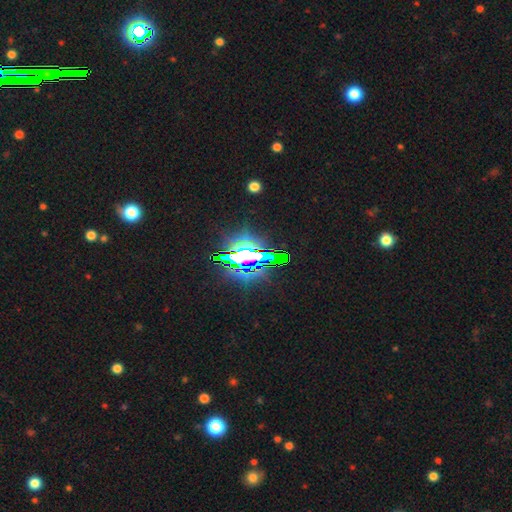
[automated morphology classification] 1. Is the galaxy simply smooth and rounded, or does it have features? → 76% star or artifact, 12% smooth, 12% featured or disk.